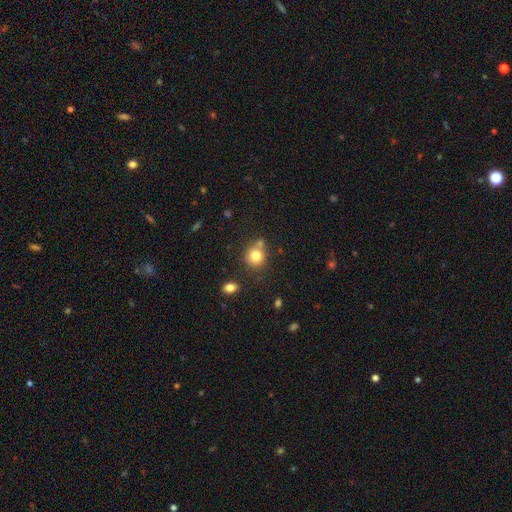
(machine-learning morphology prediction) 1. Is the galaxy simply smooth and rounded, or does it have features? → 79% smooth, 12% star or artifact, 9% featured or disk.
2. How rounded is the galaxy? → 84% round, 15% in between, 1% cigar-shaped.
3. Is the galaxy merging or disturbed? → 64% none, 20% merger, 12% minor disturbance, 4% major disturbance.